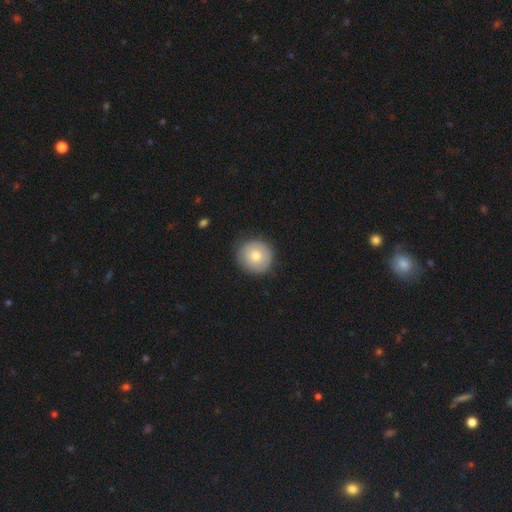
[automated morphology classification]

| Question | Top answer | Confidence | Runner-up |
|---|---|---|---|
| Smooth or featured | smooth | 71% | featured or disk (22%) |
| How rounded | round | 95% | in between (4%) |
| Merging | none | 86% | minor disturbance (11%) |